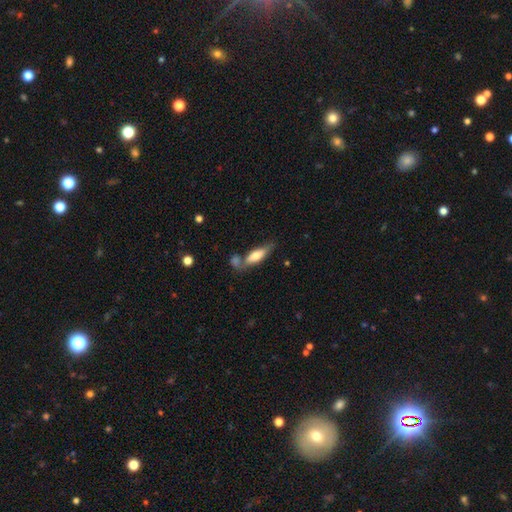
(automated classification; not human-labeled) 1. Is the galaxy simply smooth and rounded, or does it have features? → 65% smooth, 29% featured or disk, 6% star or artifact.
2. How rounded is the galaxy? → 54% in between, 43% cigar-shaped, 2% round.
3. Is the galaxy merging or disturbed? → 52% none, 25% merger, 17% minor disturbance, 6% major disturbance.